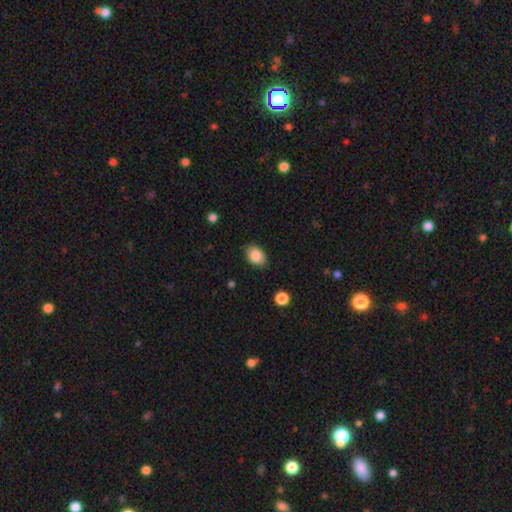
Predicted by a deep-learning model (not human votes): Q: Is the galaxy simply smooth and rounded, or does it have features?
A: smooth — 86%.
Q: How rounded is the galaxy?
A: in between — 82%.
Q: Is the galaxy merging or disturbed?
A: none — 84%.